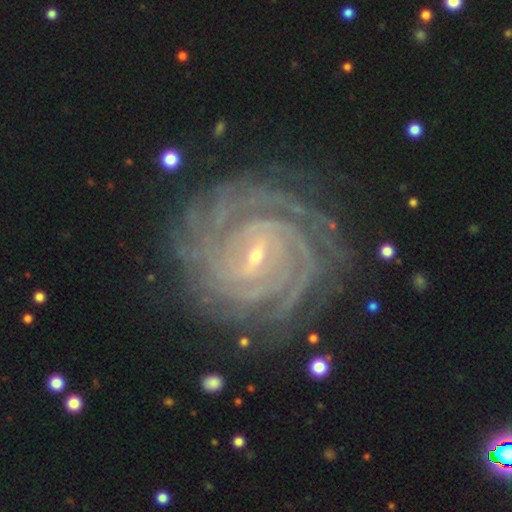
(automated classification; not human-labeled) Morphology: type=featured or disk (92%); edge-on=no (98%); bar=weak (44%); spiral arms=yes (99%); winding=tight (88%); arm count=4 (27%); bulge=small (81%); merging=none (83%).